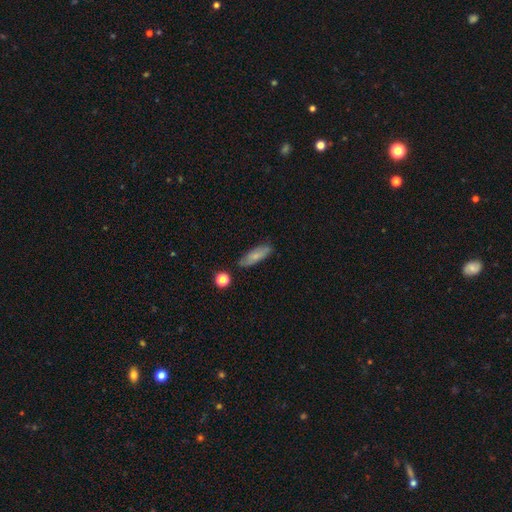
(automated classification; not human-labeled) Morphology: type=smooth (73%); roundness=in between (50%); merging=none (79%).